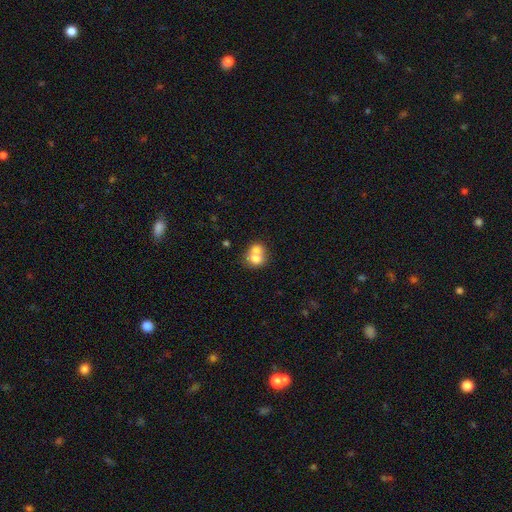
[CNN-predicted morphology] smooth-or-featured: smooth: 70% | featured or disk: 21% | star or artifact: 9%
  how-rounded: round: 62% | in between: 37% | cigar-shaped: 1%
  merging: merger: 67% | none: 24% | minor disturbance: 6% | major disturbance: 3%